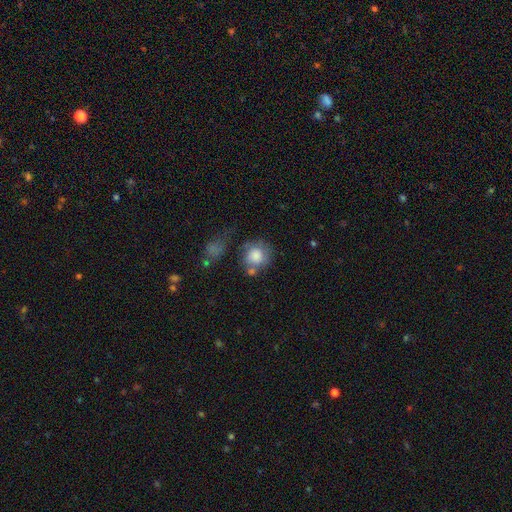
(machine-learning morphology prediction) Smooth or featured: smooth — 79% (featured or disk — 14%)
How rounded: round — 82% (in between — 17%)
Merging: none — 40% (minor disturbance — 23%)